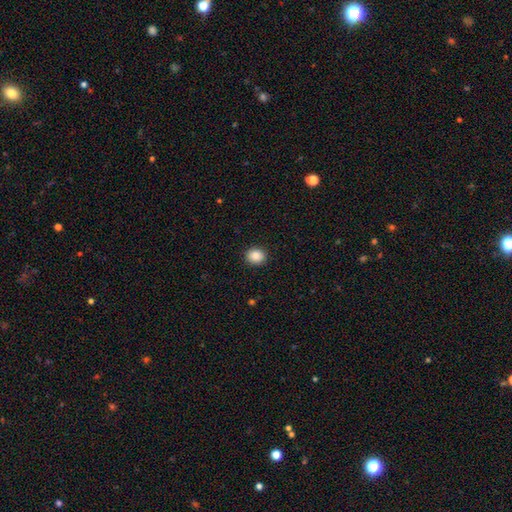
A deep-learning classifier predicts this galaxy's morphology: Smooth or featured?
  - smooth: 88% *
  - star or artifact: 9%
  - featured or disk: 3%
How rounded?
  - round: 71% *
  - in between: 28%
  - cigar-shaped: 1%
Merging?
  - none: 91% *
  - minor disturbance: 6%
  - major disturbance: 2%
  - merger: 1%